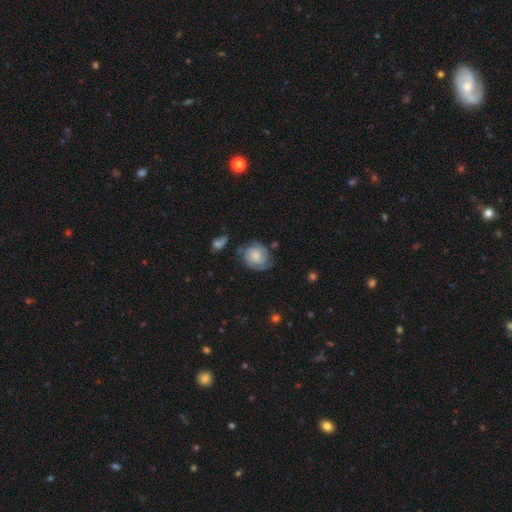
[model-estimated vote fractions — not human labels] featured or disk 69%, smooth 24%, star or artifact 7%. Down the decision tree: edge-on disk — no (98%); bar — no (74%); spiral arms — yes (93%); spiral arm count — 2 (58%); spiral winding — tight (65%); bulge size — small (50%); merging — none (67%).